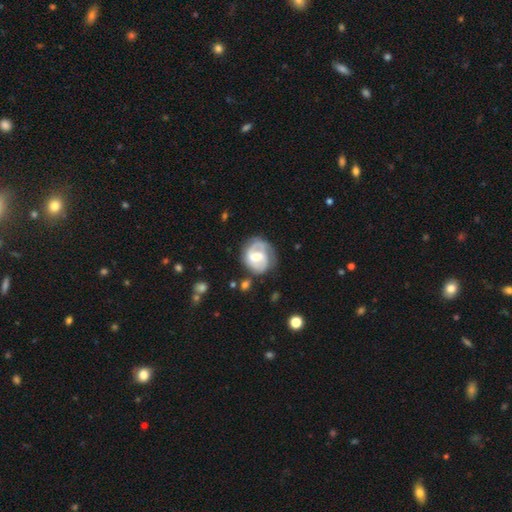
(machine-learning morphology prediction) Smooth or featured? Predicted: featured or disk (p=0.76). Edge-on disk? Predicted: no (p=0.98). Bar? Predicted: weak (p=0.54). Spiral arms? Predicted: yes (p=0.91). Spiral winding? Predicted: medium (p=0.43). Spiral arm count? Predicted: 2 (p=0.71). Bulge size? Predicted: moderate (p=0.52). Merging? Predicted: none (p=0.66).